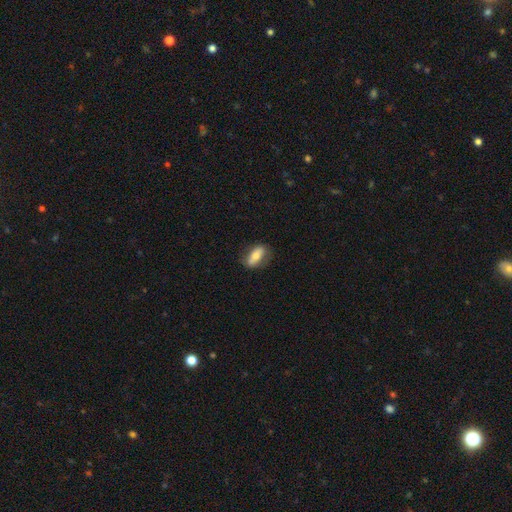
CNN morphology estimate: Smooth or featured? Predicted: smooth (p=0.64). How rounded? Predicted: in between (p=0.77). Merging? Predicted: none (p=0.77).